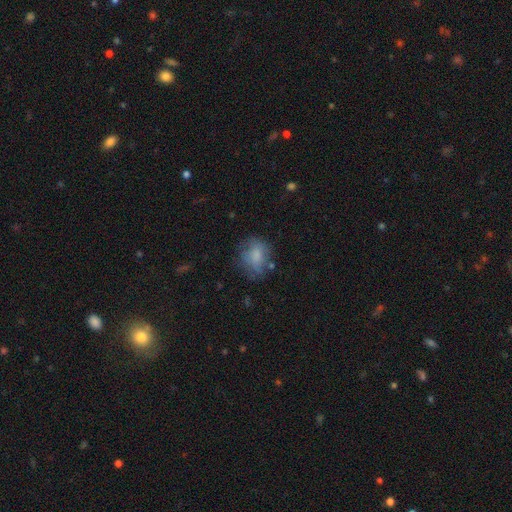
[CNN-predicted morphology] The model was most divided on "how rounded": round: 53%, in between: 46%, cigar-shaped: 1%. More confident: smooth or featured — smooth (73%); merging — none (57%).